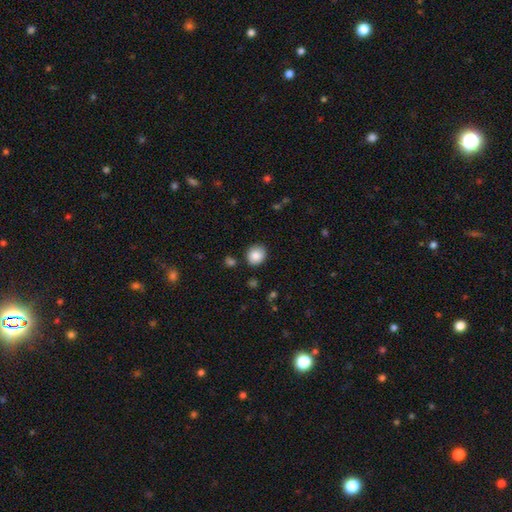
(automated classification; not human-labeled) The model was most divided on "how rounded": round: 77%, in between: 22%, cigar-shaped: 1%. More confident: smooth or featured — smooth (86%); merging — none (85%).